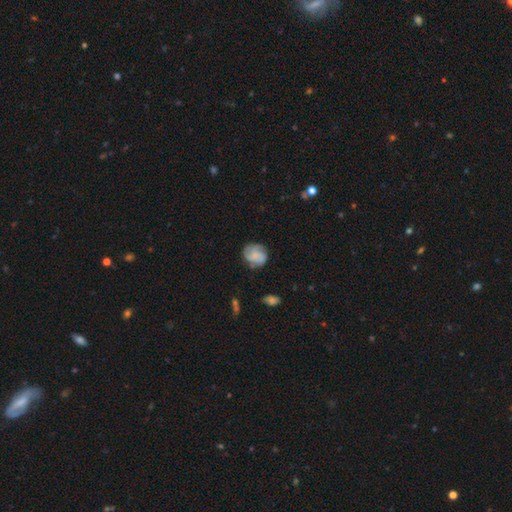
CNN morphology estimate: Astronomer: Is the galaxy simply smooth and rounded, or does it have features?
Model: smooth — 49% (runner-up: featured or disk, 43%).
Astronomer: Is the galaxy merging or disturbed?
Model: none — 67%.